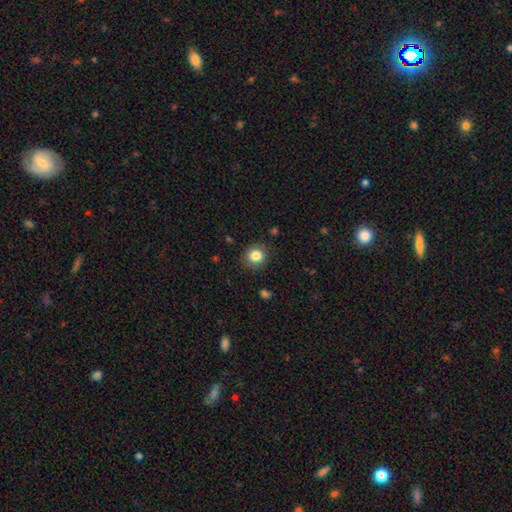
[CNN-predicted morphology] smooth 84%, star or artifact 10%, featured or disk 6%. Down the decision tree: how rounded — round (84%); merging — none (84%).